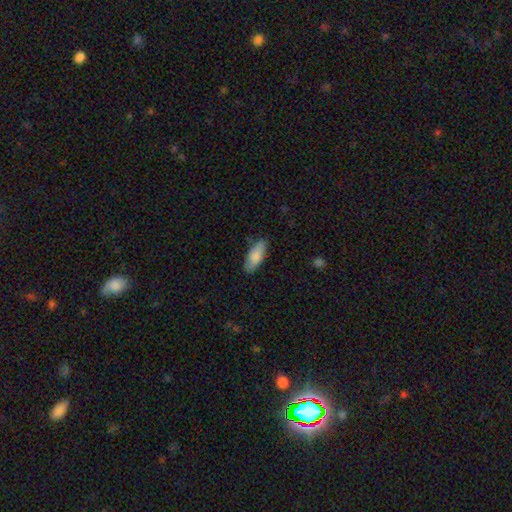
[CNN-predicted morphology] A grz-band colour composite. It shows a smooth galaxy with no disk features (84%) that is in between round and cigar-shaped (78%). Merging: none (82%).